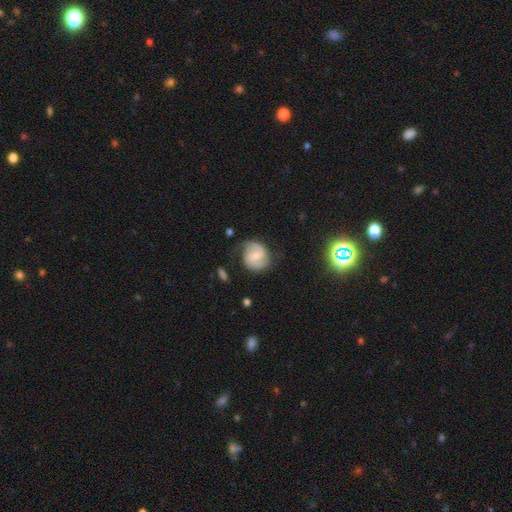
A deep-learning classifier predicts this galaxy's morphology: This appears to be a featured or disk galaxy (61%) with no bar (44%, tied with weak), 2 (79%) medium (44%) spiral arms (88%) and a small central bulge (50%). Merging: none (63%).